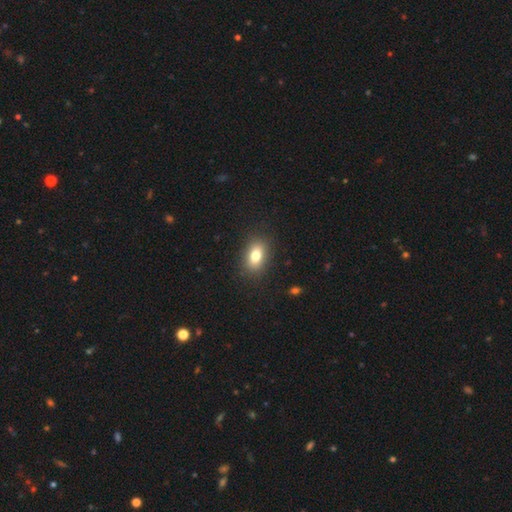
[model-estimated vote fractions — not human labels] A smooth galaxy with no disk features (79%) that is in between round and cigar-shaped (81%). Merging: none (88%).